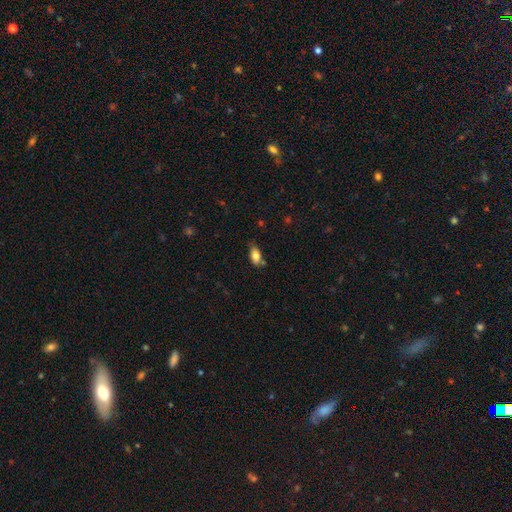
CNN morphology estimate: smooth 80%, featured or disk 12%, star or artifact 8%. Down the decision tree: how rounded — in between (90%); merging — none (69%).